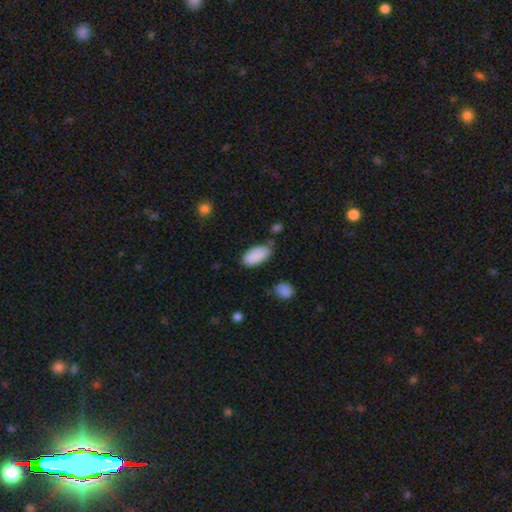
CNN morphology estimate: This is clearly a smooth galaxy (88%). How rounded: clearly in between (94%). Merging: possibly none (58%).